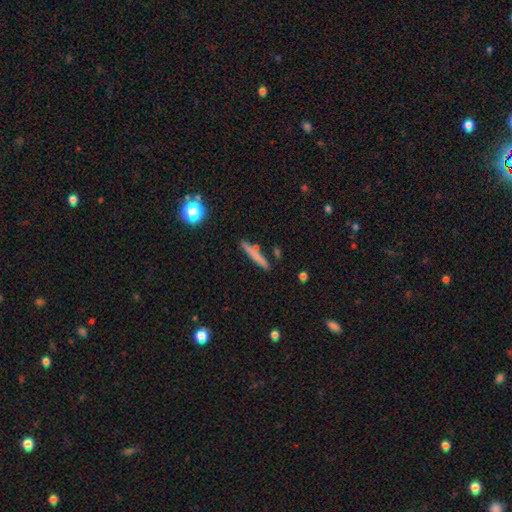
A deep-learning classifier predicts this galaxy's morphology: type=smooth (67%); roundness=cigar-shaped (94%); merging=none (80%).